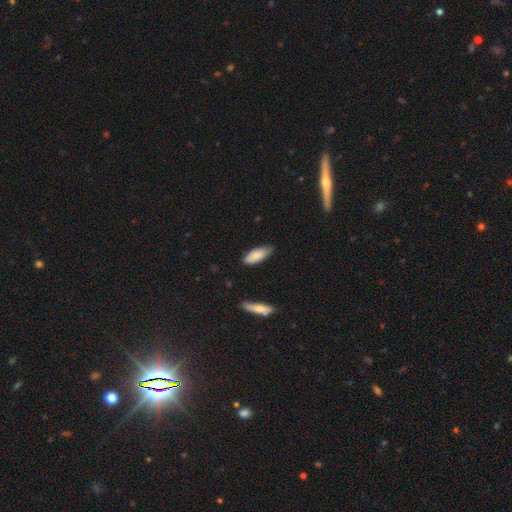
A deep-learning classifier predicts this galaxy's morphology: Overall: smooth (86%). How rounded: in between (76%). Merging: none (75%).